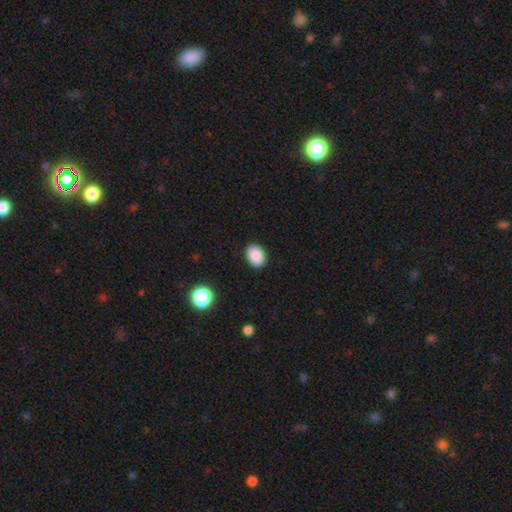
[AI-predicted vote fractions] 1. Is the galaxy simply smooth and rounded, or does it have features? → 88% smooth, 8% star or artifact, 4% featured or disk.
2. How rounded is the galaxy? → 72% in between, 27% round, 1% cigar-shaped.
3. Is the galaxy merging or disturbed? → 90% none, 7% minor disturbance, 2% major disturbance, 1% merger.